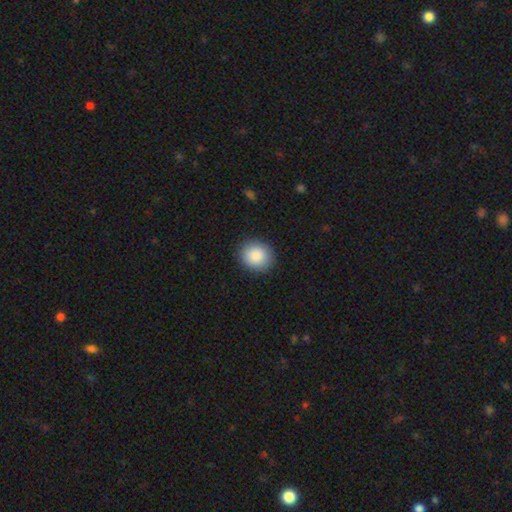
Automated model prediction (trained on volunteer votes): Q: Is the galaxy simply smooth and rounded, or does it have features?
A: smooth — 88%.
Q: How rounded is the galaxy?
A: round — 78%.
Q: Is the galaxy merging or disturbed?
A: none — 90%.